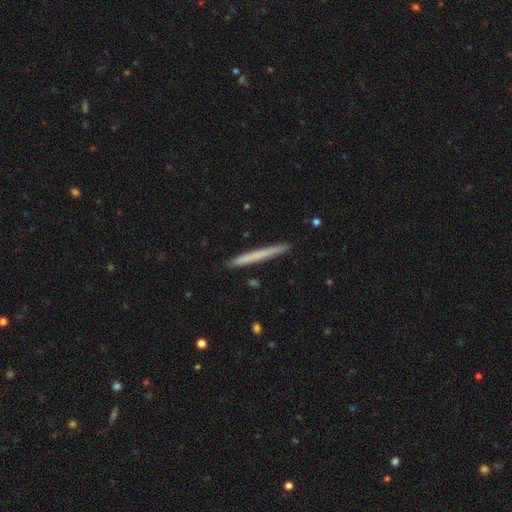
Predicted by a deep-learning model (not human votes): Smooth or featured: smooth — 61% (featured or disk — 33%)
How rounded: cigar-shaped — 97% (in between — 1%)
Merging: none — 92% (minor disturbance — 6%)